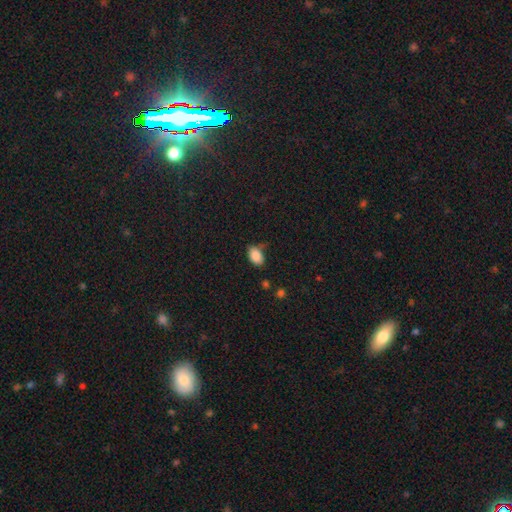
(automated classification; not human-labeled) smooth-or-featured: smooth: 87% | star or artifact: 8% | featured or disk: 5%
  how-rounded: in between: 91% | round: 8% | cigar-shaped: 1%
  merging: none: 66% | minor disturbance: 24% | major disturbance: 6% | merger: 4%